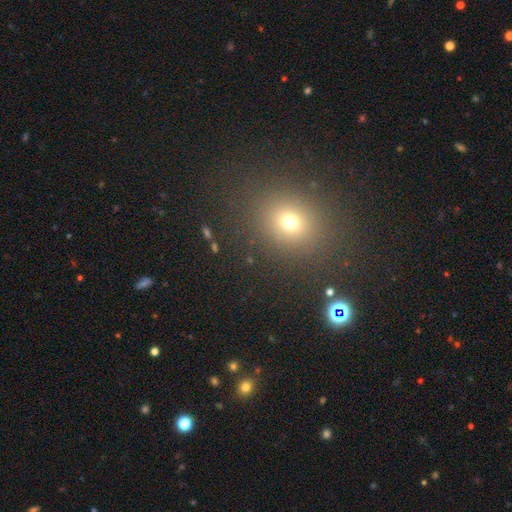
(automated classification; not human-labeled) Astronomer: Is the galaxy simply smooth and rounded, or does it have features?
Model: smooth — 57% (runner-up: star or artifact, 34%).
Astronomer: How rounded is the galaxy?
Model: round — 63%.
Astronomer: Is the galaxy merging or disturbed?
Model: none — 89%.